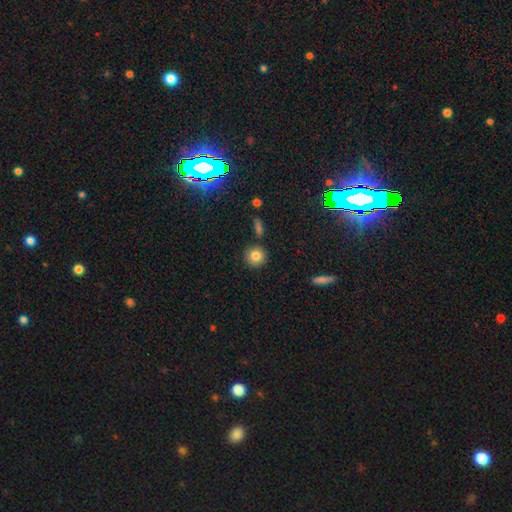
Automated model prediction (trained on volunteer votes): Smooth or featured? Predicted: smooth (p=0.83). How rounded? Predicted: round (p=0.92). Merging? Predicted: none (p=0.84).